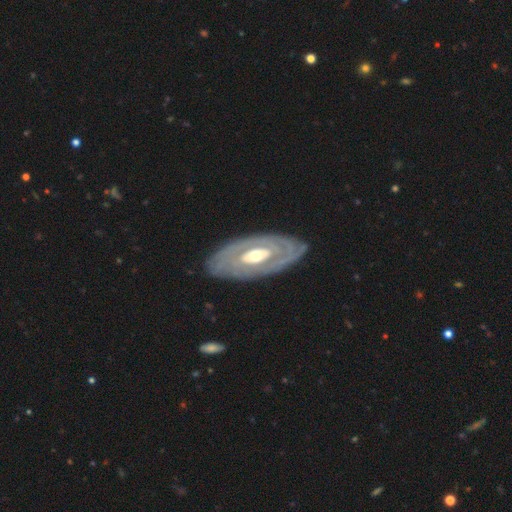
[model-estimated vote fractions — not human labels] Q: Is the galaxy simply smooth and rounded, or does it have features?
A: featured or disk — 80%.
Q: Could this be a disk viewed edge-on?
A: no — 90%.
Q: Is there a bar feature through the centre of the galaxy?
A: no — 64%.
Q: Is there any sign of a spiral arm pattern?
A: yes — 58%.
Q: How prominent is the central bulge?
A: moderate — 68%.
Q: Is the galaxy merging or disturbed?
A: none — 82%.